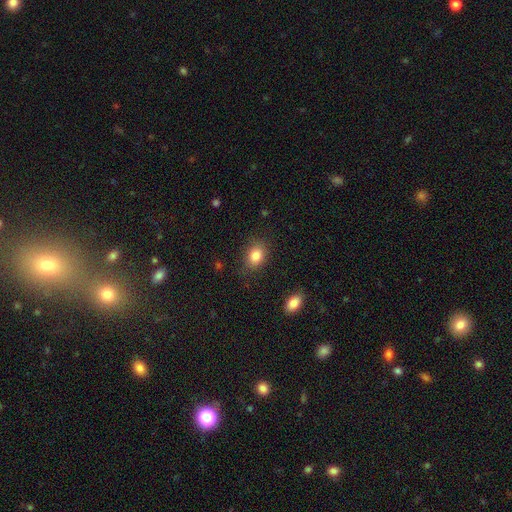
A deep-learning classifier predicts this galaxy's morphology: Q: Smooth or featured?
A: smooth (84%); runner-up: star or artifact (10%)
Q: How rounded?
A: in between (67%); runner-up: round (32%)
Q: Merging?
A: none (83%); runner-up: minor disturbance (13%)